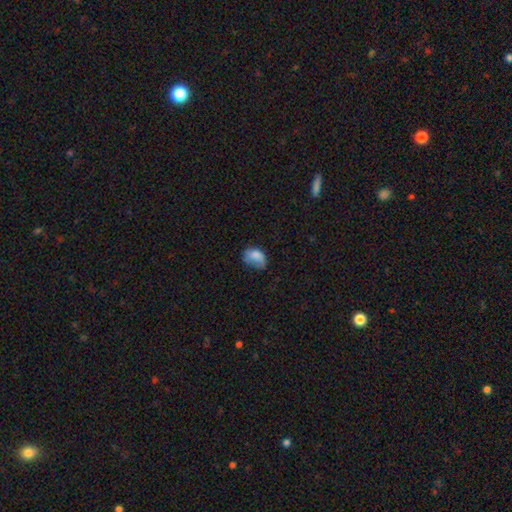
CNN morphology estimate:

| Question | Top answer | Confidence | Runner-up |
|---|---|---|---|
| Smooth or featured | smooth | 77% | featured or disk (14%) |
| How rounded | in between | 79% | round (20%) |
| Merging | minor disturbance | 38% | none (35%) |